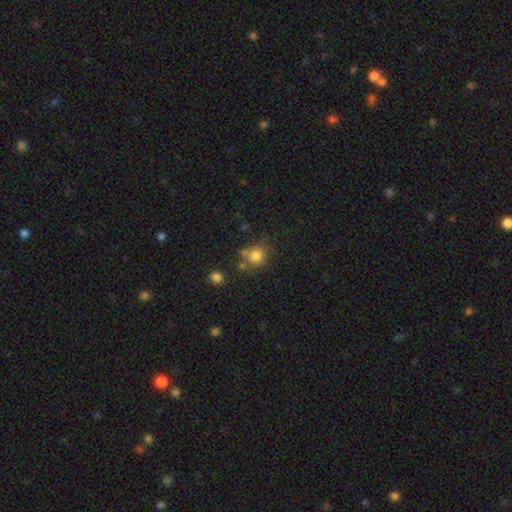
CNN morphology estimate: Smooth or featured? smooth (80%)
How rounded? round (84%)
Merging? none (65%)